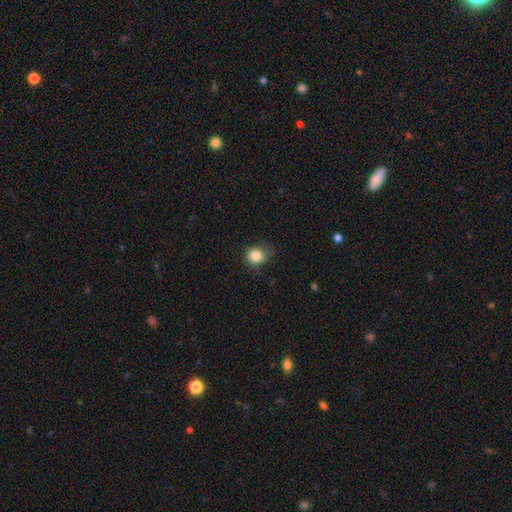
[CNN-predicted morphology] Smooth or featured? Predicted: smooth (p=0.84). How rounded? Predicted: round (p=0.72). Merging? Predicted: none (p=0.72).